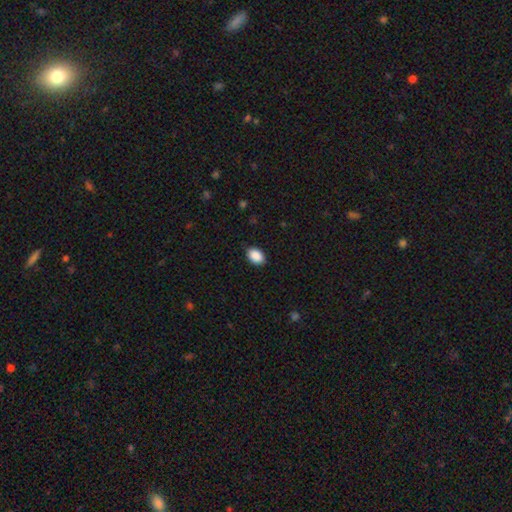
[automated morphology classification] smooth-or-featured: smooth: 90% | star or artifact: 7% | featured or disk: 2%
  how-rounded: in between: 83% | round: 16% | cigar-shaped: 1%
  merging: none: 88% | minor disturbance: 9% | major disturbance: 2% | merger: 1%